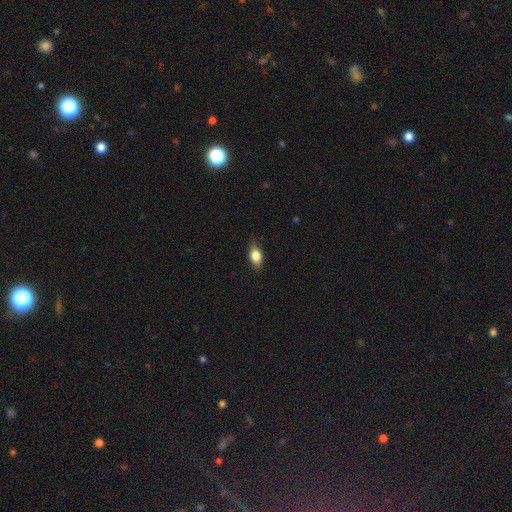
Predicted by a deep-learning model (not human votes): The model was most divided on "merging": none: 81%, minor disturbance: 15%, major disturbance: 3%, merger: 1%. More confident: how rounded — in between (86%); smooth or featured — smooth (82%).